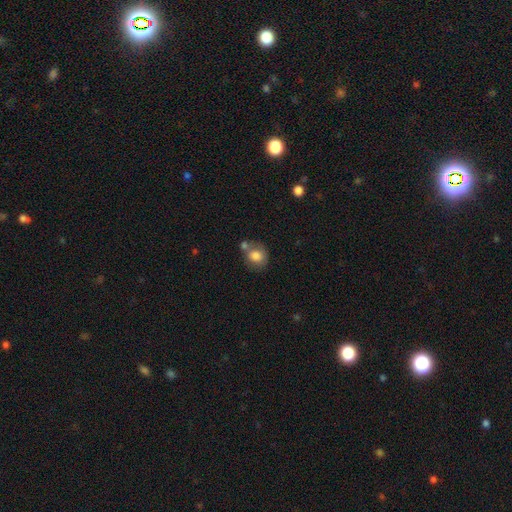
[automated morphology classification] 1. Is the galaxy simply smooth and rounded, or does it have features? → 80% smooth, 11% featured or disk, 9% star or artifact.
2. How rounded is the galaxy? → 70% round, 29% in between, 1% cigar-shaped.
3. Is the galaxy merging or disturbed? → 49% none, 28% merger, 17% minor disturbance, 6% major disturbance.